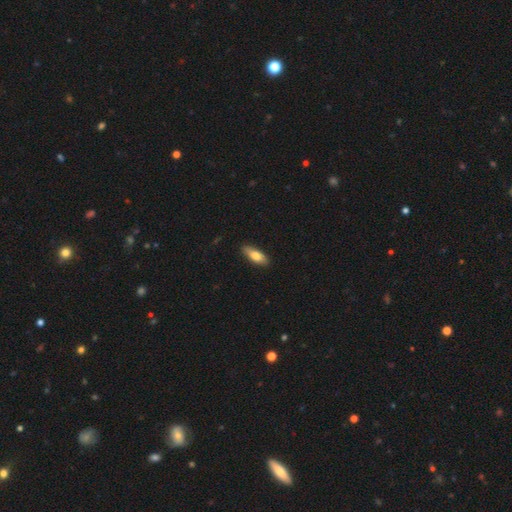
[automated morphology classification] Smooth or featured: smooth — 77% (featured or disk — 17%)
How rounded: in between — 69% (cigar-shaped — 28%)
Merging: none — 86% (minor disturbance — 11%)